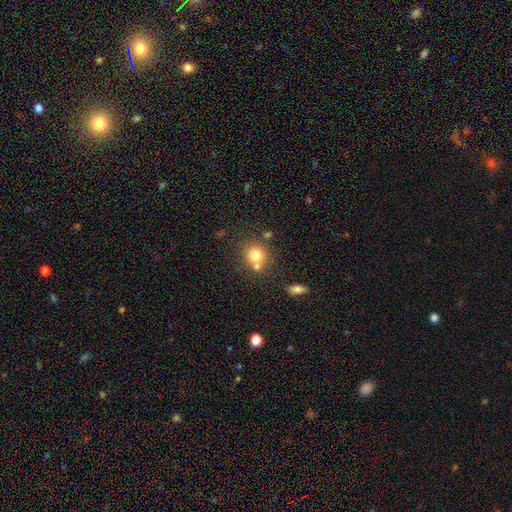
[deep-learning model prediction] Smooth or featured?
  - smooth: 75% *
  - star or artifact: 12%
  - featured or disk: 12%
How rounded?
  - round: 83% *
  - in between: 16%
  - cigar-shaped: 1%
Merging?
  - none: 59% *
  - merger: 27%
  - minor disturbance: 10%
  - major disturbance: 4%